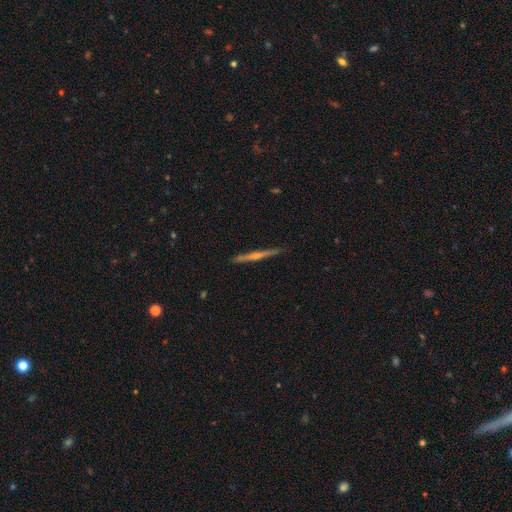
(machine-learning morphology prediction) smooth-or-featured: featured or disk: 61% | smooth: 27% | star or artifact: 12%
  disk-edge-on: yes: 95% | no: 5%
    edge-on-bulge: rounded: 63% | none: 28% | boxy: 9%
  merging: none: 88% | minor disturbance: 8% | major disturbance: 2% | merger: 2%